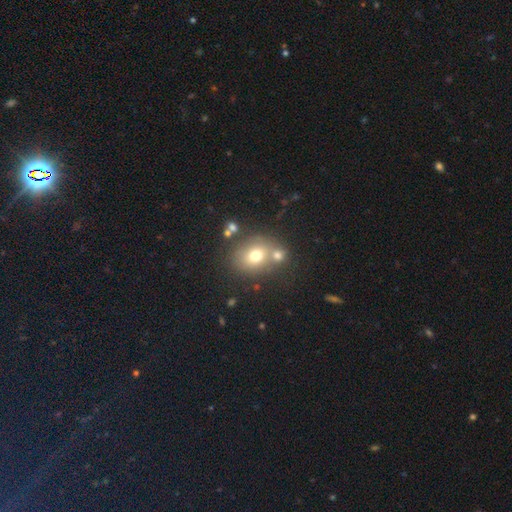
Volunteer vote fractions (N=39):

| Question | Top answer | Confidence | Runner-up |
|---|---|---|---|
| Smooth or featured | smooth | 72% | featured or disk (21%) |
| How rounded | round | 57% | in between (43%) |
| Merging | none | 53% | merger (39%) |